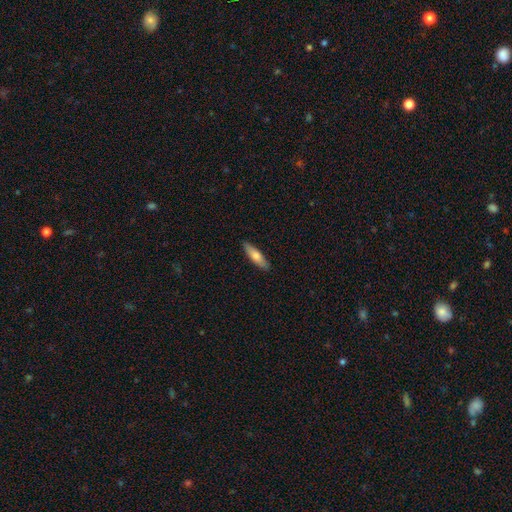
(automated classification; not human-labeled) This is likely a smooth galaxy (71%). How rounded: likely cigar-shaped (64%). Merging: clearly none (89%).